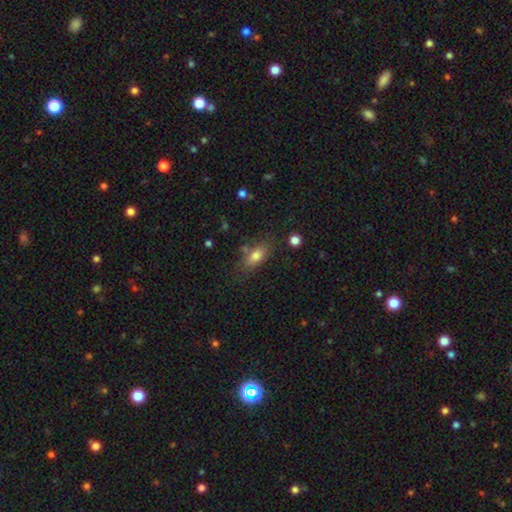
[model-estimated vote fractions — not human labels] Smooth or featured: smooth — 76% (featured or disk — 15%)
How rounded: in between — 81% (cigar-shaped — 11%)
Merging: none — 70% (minor disturbance — 18%)